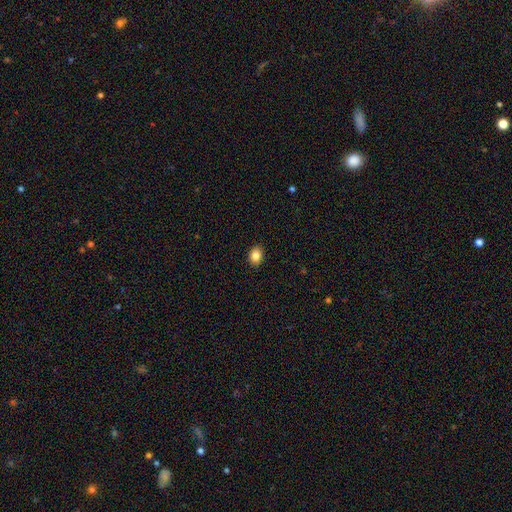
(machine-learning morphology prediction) smooth-or-featured: smooth: 85% | star or artifact: 9% | featured or disk: 6%
  how-rounded: in between: 69% | round: 30% | cigar-shaped: 1%
  merging: none: 90% | minor disturbance: 7% | major disturbance: 2% | merger: 1%